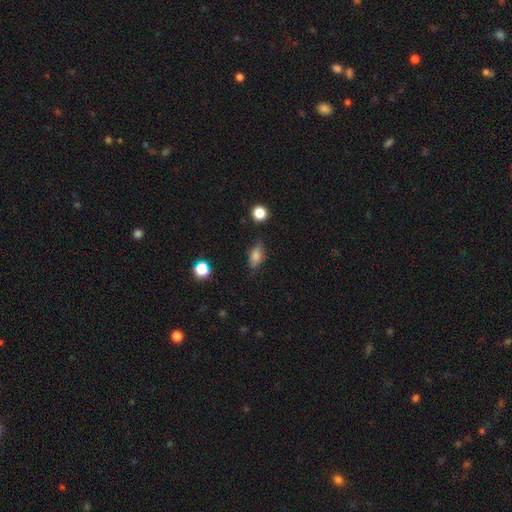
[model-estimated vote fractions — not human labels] Overall: smooth (70%). How rounded: in between (79%). Merging: none (73%).